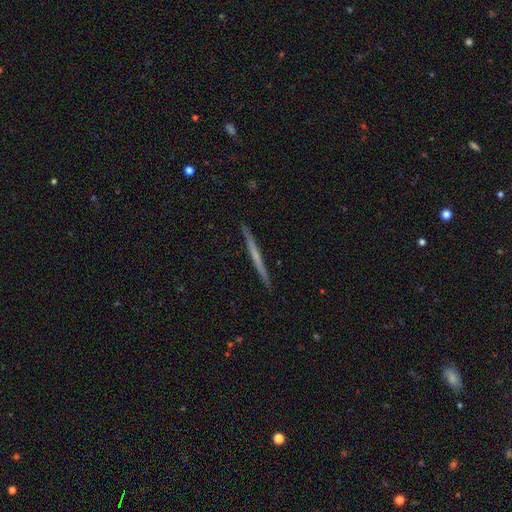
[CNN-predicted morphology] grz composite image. It shows a featured or disk galaxy (61%) viewed edge-on (98%) with no central bulge (79%). Merging: none (92%).